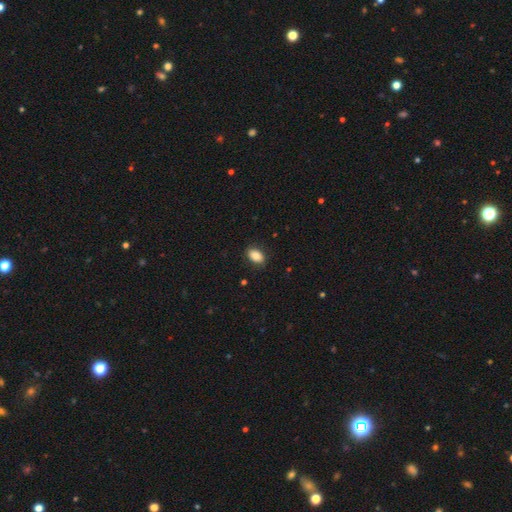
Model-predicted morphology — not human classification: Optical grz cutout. It shows a smooth galaxy with no disk features (85%) that is in between round and cigar-shaped (88%). Merging: none (86%).